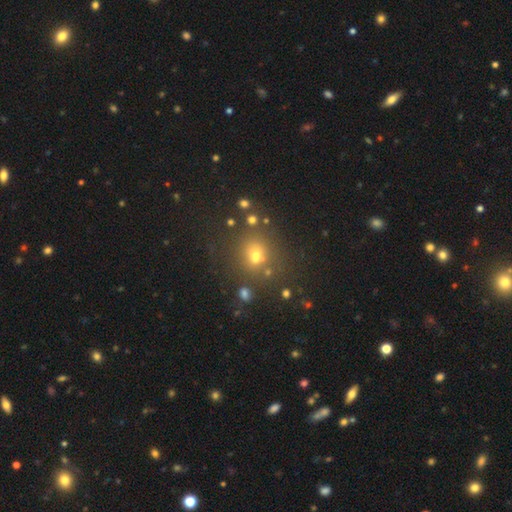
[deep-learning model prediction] Smooth or featured? Predicted: smooth (p=0.61). How rounded? Predicted: round (p=0.75). Merging? Predicted: none (p=0.66).